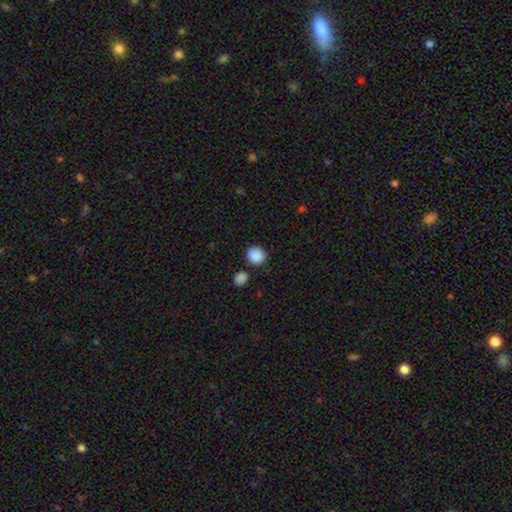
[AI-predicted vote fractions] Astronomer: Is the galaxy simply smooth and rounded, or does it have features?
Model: smooth — 88%.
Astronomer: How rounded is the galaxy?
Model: round — 82%.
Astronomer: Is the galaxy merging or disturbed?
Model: none — 81%.